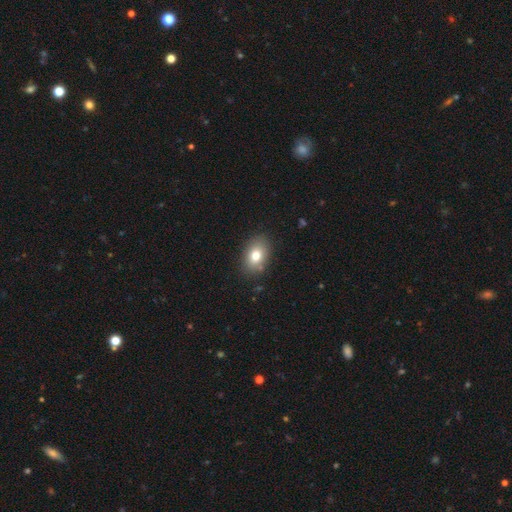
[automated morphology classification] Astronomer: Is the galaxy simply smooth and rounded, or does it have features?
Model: smooth — 77%.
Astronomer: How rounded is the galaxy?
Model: in between — 79%.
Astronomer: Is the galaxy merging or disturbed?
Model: none — 86%.